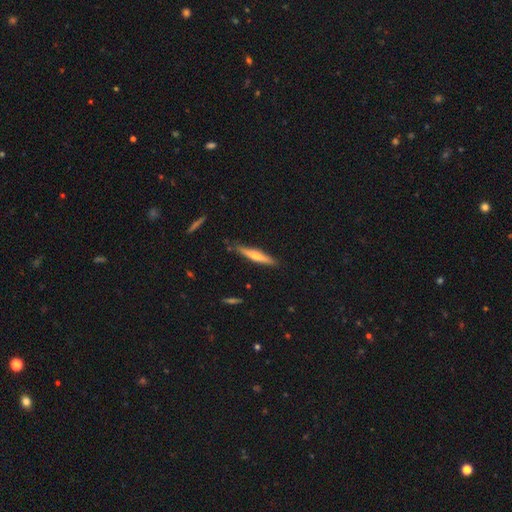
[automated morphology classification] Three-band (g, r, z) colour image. It shows a smooth galaxy with no disk features (49%). Merging: none (84%).